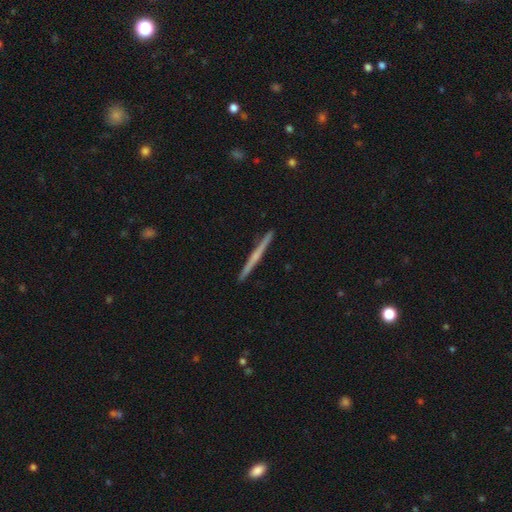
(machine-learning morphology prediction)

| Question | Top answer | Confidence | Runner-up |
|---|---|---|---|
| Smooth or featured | featured or disk | 63% | smooth (31%) |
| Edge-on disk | yes | 98% | no (2%) |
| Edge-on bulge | none | 62% | rounded (31%) |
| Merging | none | 93% | minor disturbance (5%) |